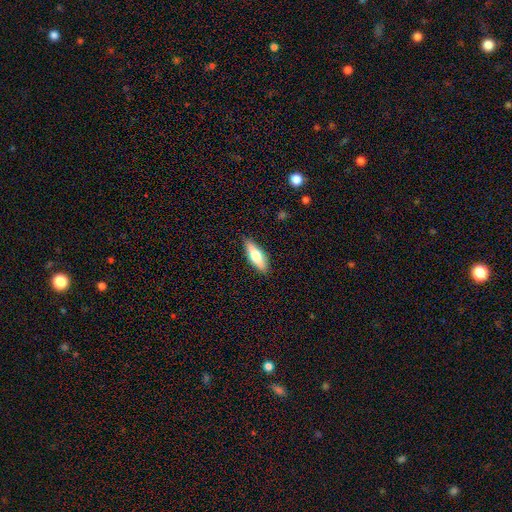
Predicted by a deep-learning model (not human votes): smooth-or-featured: smooth: 60% | featured or disk: 34% | star or artifact: 6%
  how-rounded: in between: 56% | cigar-shaped: 42% | round: 2%
  merging: none: 88% | minor disturbance: 9% | major disturbance: 2% | merger: 1%